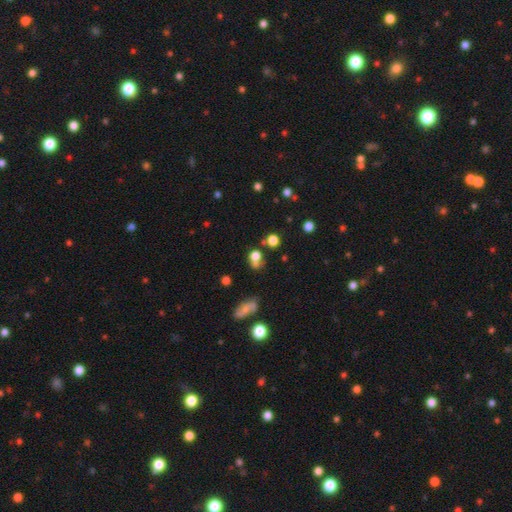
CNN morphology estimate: Smooth or featured? Predicted: smooth (p=0.69). How rounded? Predicted: round (p=0.69). Merging? Predicted: none (p=0.43).